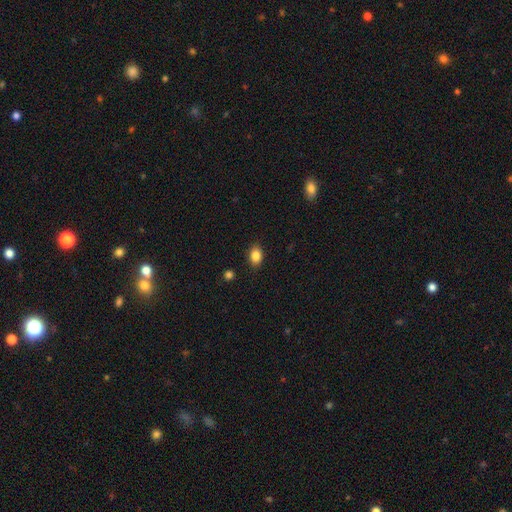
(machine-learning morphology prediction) The model was most divided on "how rounded": in between: 75%, round: 24%, cigar-shaped: 1%. More confident: merging — none (87%); smooth or featured — smooth (86%).